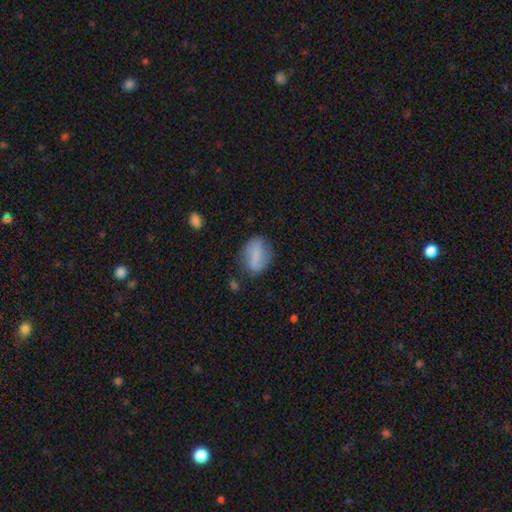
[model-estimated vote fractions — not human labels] Smooth or featured?
  - smooth: 65% *
  - featured or disk: 27%
  - star or artifact: 9%
How rounded?
  - in between: 79% *
  - round: 17%
  - cigar-shaped: 4%
Merging?
  - none: 67% *
  - minor disturbance: 23%
  - major disturbance: 8%
  - merger: 3%